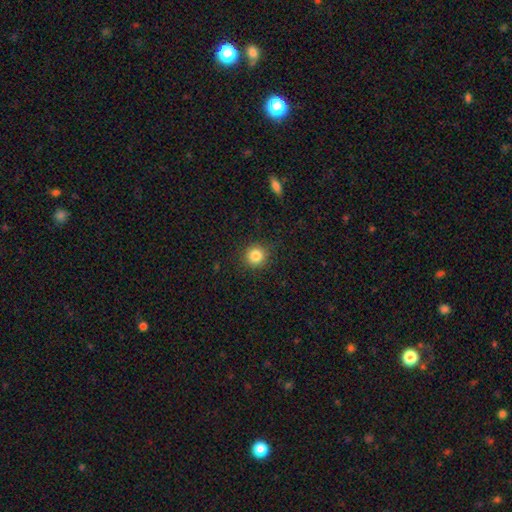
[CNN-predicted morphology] type=smooth (84%); roundness=round (93%); merging=none (90%).